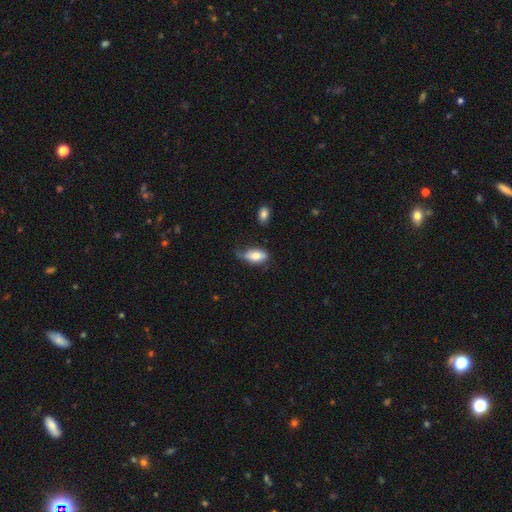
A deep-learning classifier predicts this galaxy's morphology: Overall: smooth (74%). How rounded: in between (90%). Merging: none (41%; minor disturbance 38%).